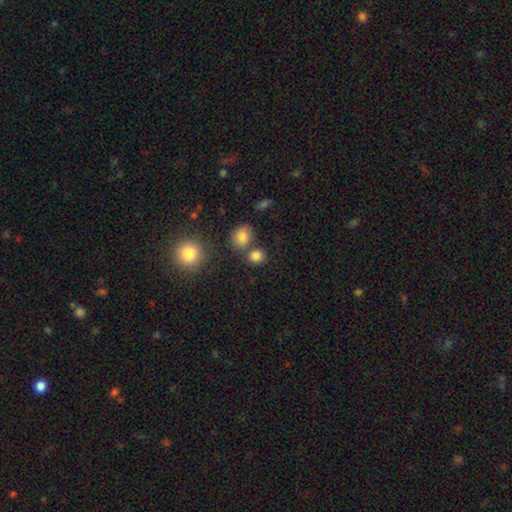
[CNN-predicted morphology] Smooth or featured?
  - smooth: 82% *
  - star or artifact: 13%
  - featured or disk: 5%
How rounded?
  - round: 82% *
  - in between: 17%
  - cigar-shaped: 1%
Merging?
  - none: 69% *
  - merger: 19%
  - minor disturbance: 9%
  - major disturbance: 3%